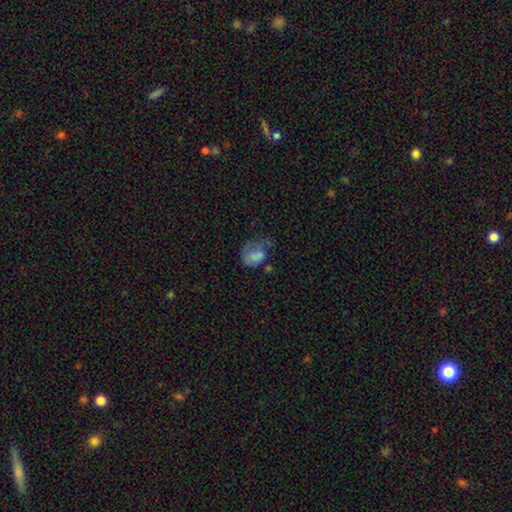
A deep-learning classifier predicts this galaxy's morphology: This appears to be a smooth galaxy with no disk features (61%) that is in between round and cigar-shaped (61%). Merging: major disturbance (45%).